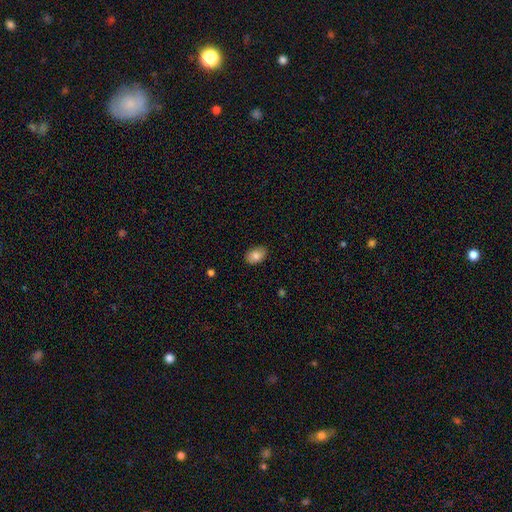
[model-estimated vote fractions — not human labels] smooth-or-featured: smooth: 83% | featured or disk: 9% | star or artifact: 8%
  how-rounded: in between: 83% | round: 16% | cigar-shaped: 1%
  merging: none: 85% | minor disturbance: 12% | major disturbance: 2% | merger: 1%